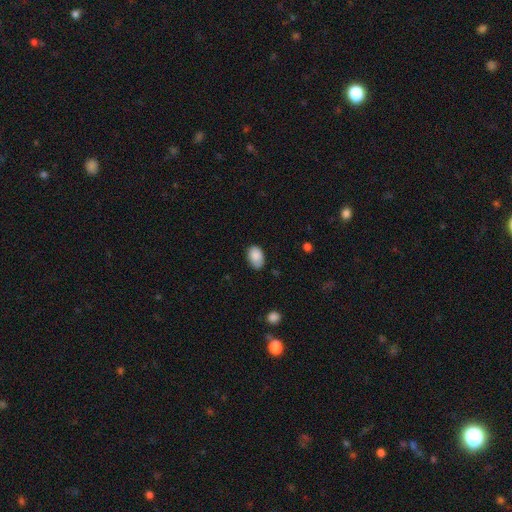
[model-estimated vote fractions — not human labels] Morphology: type=smooth (88%); roundness=in between (88%); merging=none (74%).